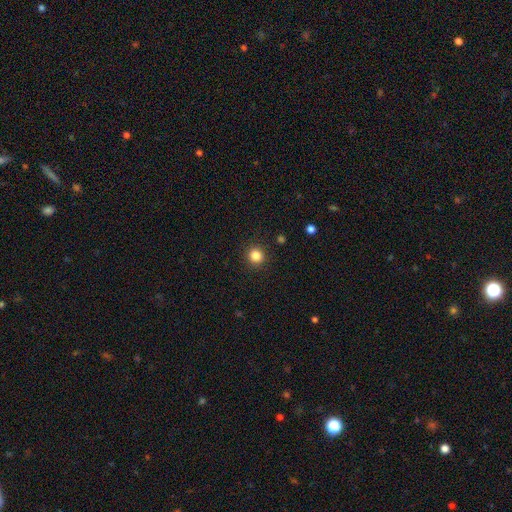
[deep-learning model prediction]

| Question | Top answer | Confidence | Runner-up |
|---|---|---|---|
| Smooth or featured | smooth | 84% | star or artifact (12%) |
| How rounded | round | 93% | in between (6%) |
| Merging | none | 92% | minor disturbance (5%) |